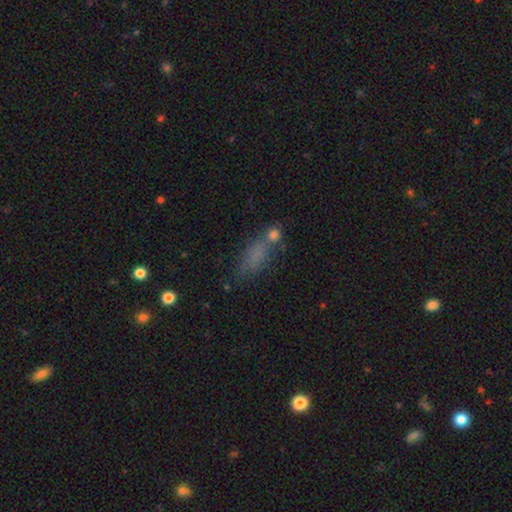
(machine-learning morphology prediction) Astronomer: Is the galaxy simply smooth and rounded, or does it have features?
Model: smooth — 69%.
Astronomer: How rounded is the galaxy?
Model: in between — 66%.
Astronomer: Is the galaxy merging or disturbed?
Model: none — 46% (runner-up: merger, 22%).